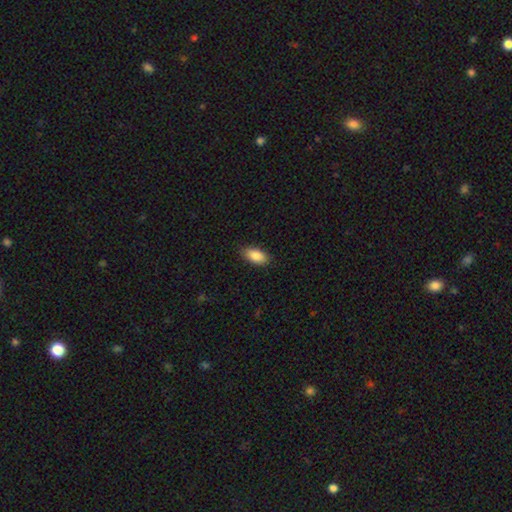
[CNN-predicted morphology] Smooth or featured: smooth — 87% (star or artifact — 7%)
How rounded: in between — 92% (cigar-shaped — 5%)
Merging: none — 87% (minor disturbance — 10%)